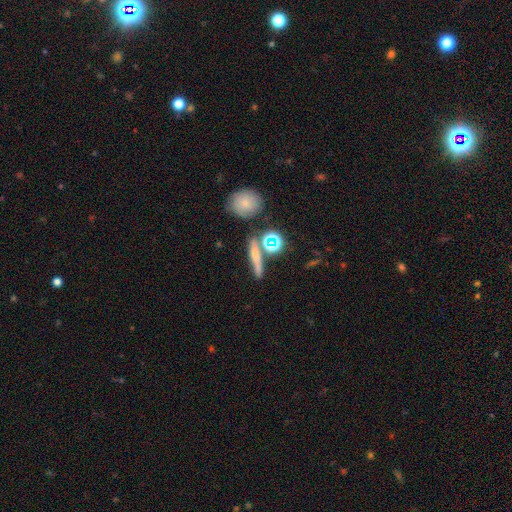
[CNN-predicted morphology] This is possibly a smooth galaxy (54%). How rounded: possibly cigar-shaped (58%). Merging: likely none (66%).